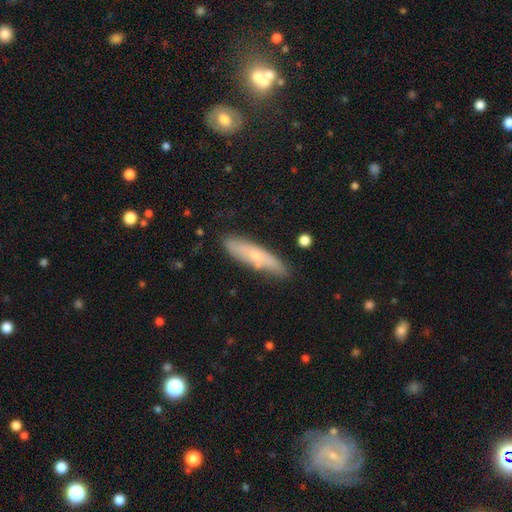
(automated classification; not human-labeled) This appears to be a smooth galaxy with no disk features (55%) that is cigar-shaped (78%). Merging: none (79%).